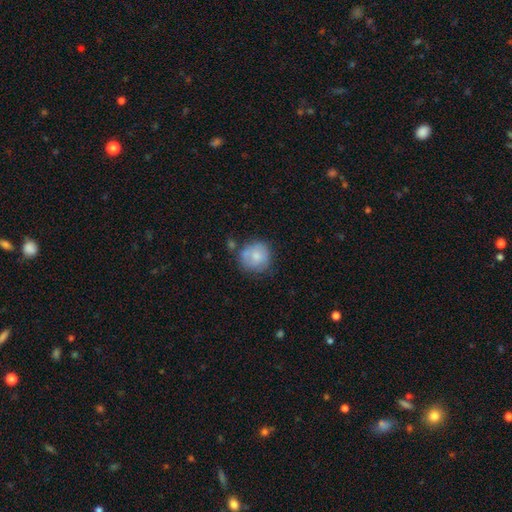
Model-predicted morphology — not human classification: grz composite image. It shows a smooth galaxy with no disk features (75%) that is round (88%). Merging: none (58%).